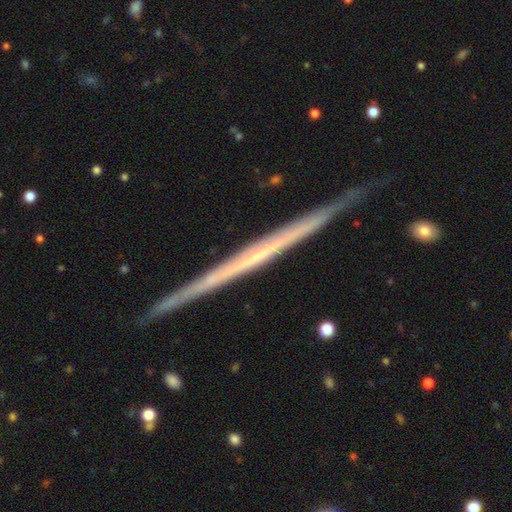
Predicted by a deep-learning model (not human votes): This is likely a featured or disk galaxy (76%). It is clearly viewed edge-on (98%). Edge-on bulge: clearly none (89%). Merging: clearly none (89%).